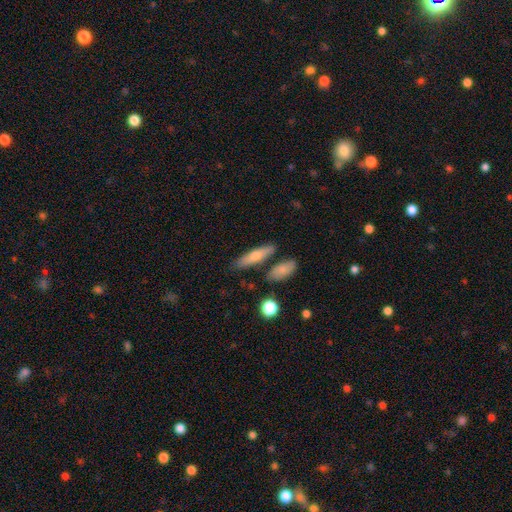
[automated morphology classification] This is likely a smooth galaxy (69%). How rounded: likely cigar-shaped (65%). Merging: likely none (78%).